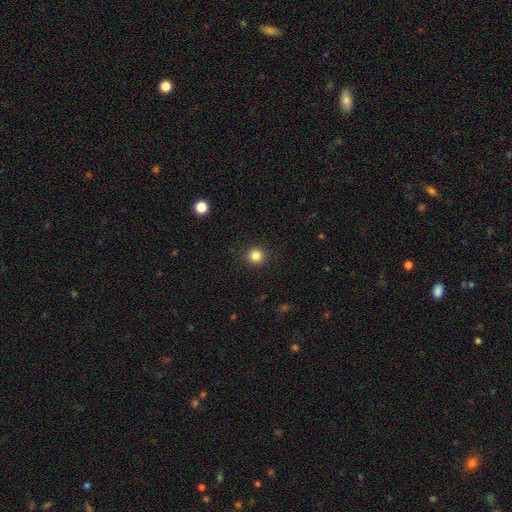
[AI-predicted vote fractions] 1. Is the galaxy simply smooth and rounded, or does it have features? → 84% smooth, 12% star or artifact, 5% featured or disk.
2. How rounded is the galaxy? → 95% round, 4% in between, 1% cigar-shaped.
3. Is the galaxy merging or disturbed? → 92% none, 5% minor disturbance, 2% major disturbance, 1% merger.